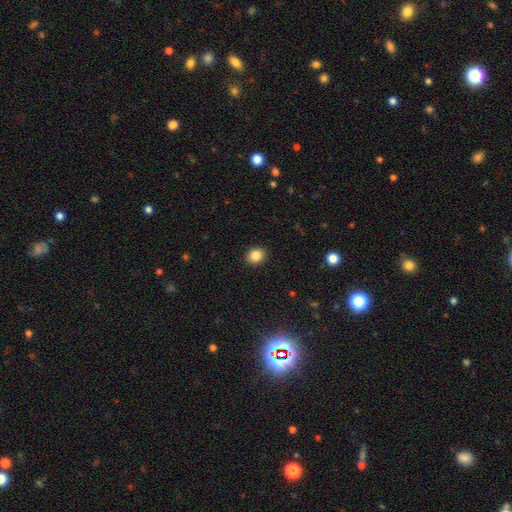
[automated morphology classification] smooth-or-featured: smooth: 85% | star or artifact: 10% | featured or disk: 5%
  how-rounded: round: 62% | in between: 37% | cigar-shaped: 1%
  merging: none: 91% | minor disturbance: 6% | major disturbance: 2% | merger: 1%